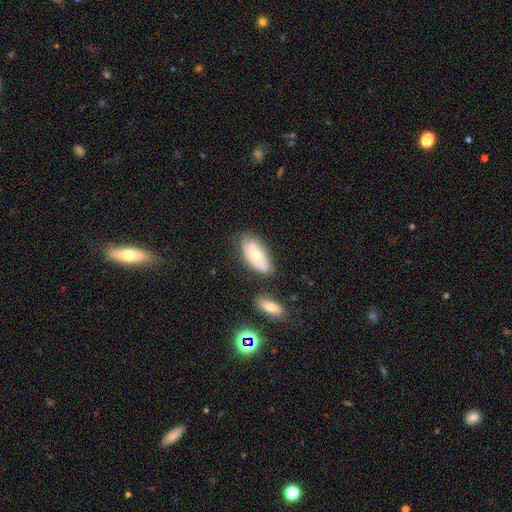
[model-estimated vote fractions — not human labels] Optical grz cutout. It shows a featured or disk galaxy (50%). Merging: none (66%).